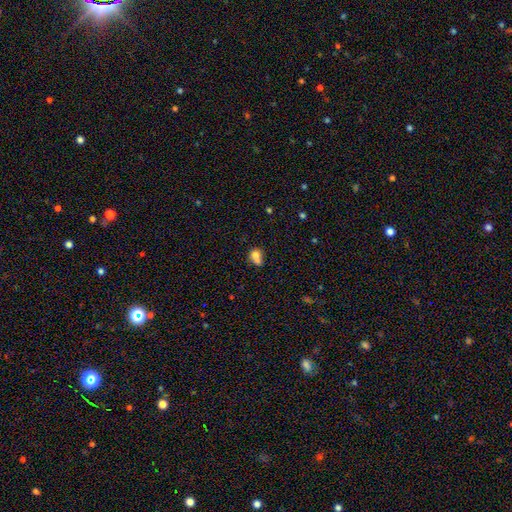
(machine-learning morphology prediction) This is likely a smooth galaxy (73%). How rounded: possibly round (59%). Merging: possibly merger (46%).